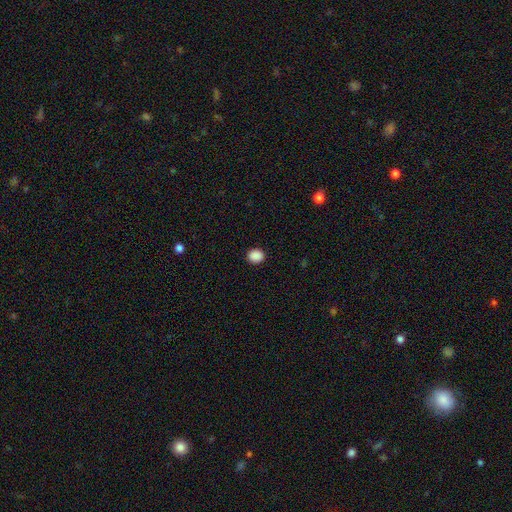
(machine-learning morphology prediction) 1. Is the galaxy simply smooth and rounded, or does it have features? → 89% smooth, 9% star or artifact, 2% featured or disk.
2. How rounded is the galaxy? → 73% round, 26% in between, 1% cigar-shaped.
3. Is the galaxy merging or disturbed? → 91% none, 6% minor disturbance, 2% major disturbance, 1% merger.